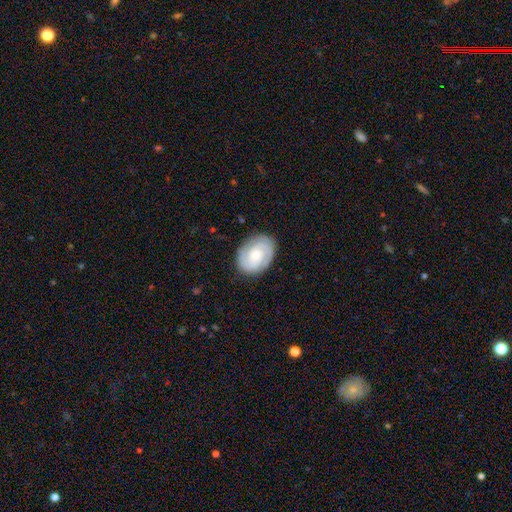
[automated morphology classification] A featured or disk galaxy (80%) with no bar (63%), 2 (83%) tight (61%) spiral arms (96%) and a small central bulge (48%).

Vote fractions:
- Smooth or featured? featured or disk: 80% / smooth: 15% / star or artifact: 5%
- Edge-on disk? no: 97% / yes: 3%
- Bar? no: 63% / weak: 31% / strong: 6%
- Spiral arms? yes: 96% / no: 4%
- Spiral winding? tight: 61% / medium: 32% / loose: 6%
- Spiral arm count? 2: 83% / can't tell: 7% / 3: 5% / 1: 2% / 4: 1% / more than 4: 1%
- Bulge size? small: 48% / moderate: 44% / large: 4% / none: 3% / dominant: 1%
- Merging? none: 85% / minor disturbance: 11% / major disturbance: 3% / merger: 1%